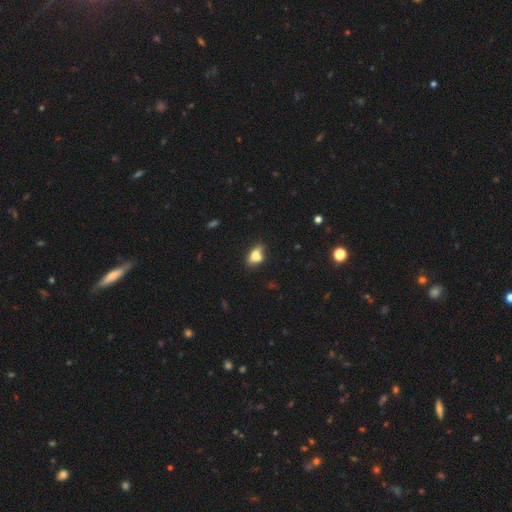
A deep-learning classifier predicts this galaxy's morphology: Smooth or featured? smooth (69%)
How rounded? in between (79%)
Merging? none (42%)